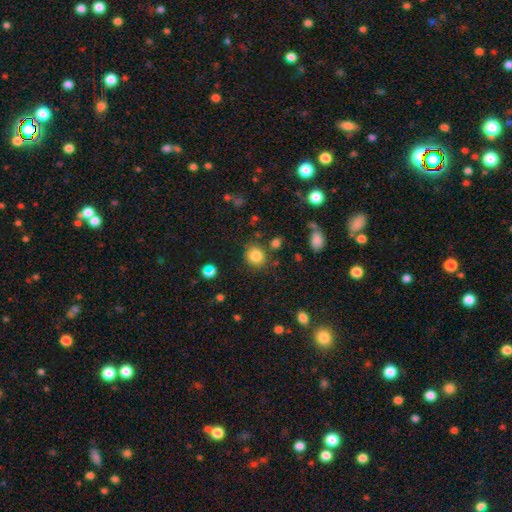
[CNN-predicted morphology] smooth_or_featured: smooth (p=0.82) [alt: star or artifact p=0.12]
how_rounded: round (p=0.82) [alt: in between p=0.17]
merging: none (p=0.82) [alt: minor disturbance p=0.10]